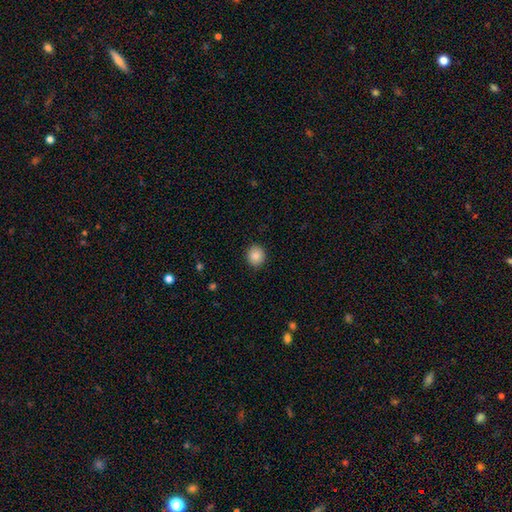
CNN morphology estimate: Smooth or featured? Predicted: smooth (p=0.86). How rounded? Predicted: round (p=0.85). Merging? Predicted: none (p=0.90).